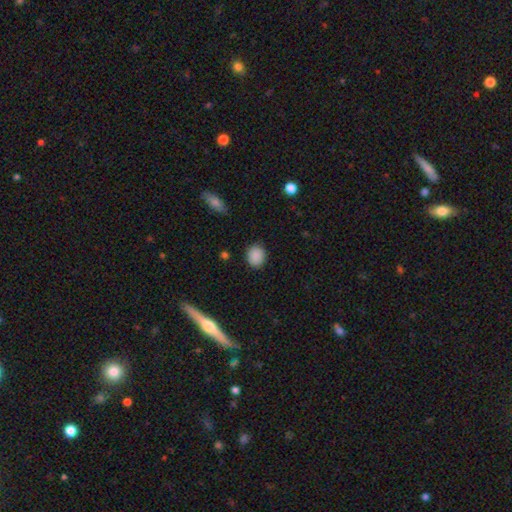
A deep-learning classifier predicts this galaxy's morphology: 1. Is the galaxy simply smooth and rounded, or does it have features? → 88% smooth, 9% star or artifact, 3% featured or disk.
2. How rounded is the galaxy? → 60% round, 39% in between, 1% cigar-shaped.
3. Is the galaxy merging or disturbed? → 86% none, 10% minor disturbance, 3% major disturbance, 1% merger.